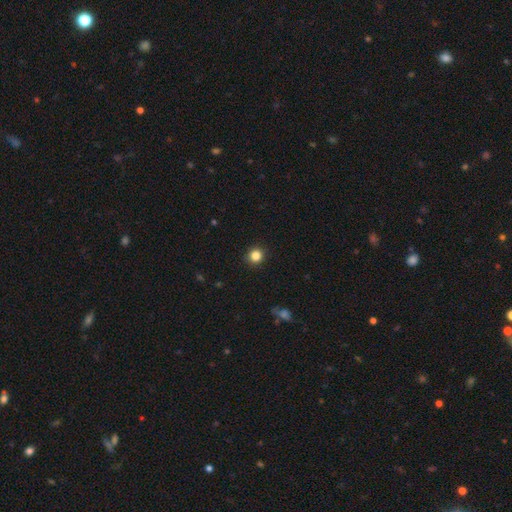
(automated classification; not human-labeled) Smooth or featured? Predicted: smooth (p=0.84). How rounded? Predicted: round (p=0.92). Merging? Predicted: none (p=0.92).